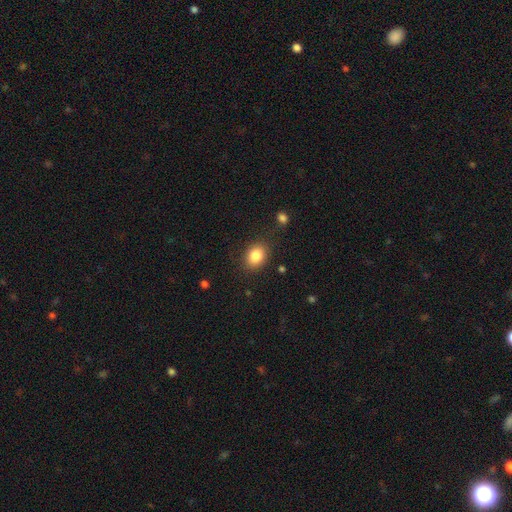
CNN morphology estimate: Overall: smooth (85%). How rounded: in between (60%; round 39%). Merging: none (83%).